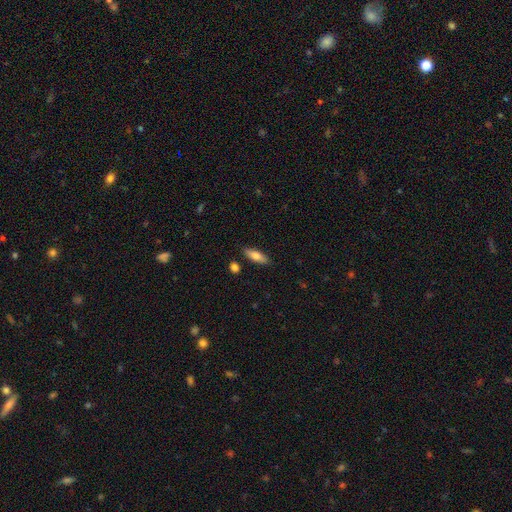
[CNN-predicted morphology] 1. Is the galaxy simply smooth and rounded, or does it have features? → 75% smooth, 19% featured or disk, 6% star or artifact.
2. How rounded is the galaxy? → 53% in between, 45% cigar-shaped, 2% round.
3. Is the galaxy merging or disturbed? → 86% none, 9% minor disturbance, 2% merger, 2% major disturbance.